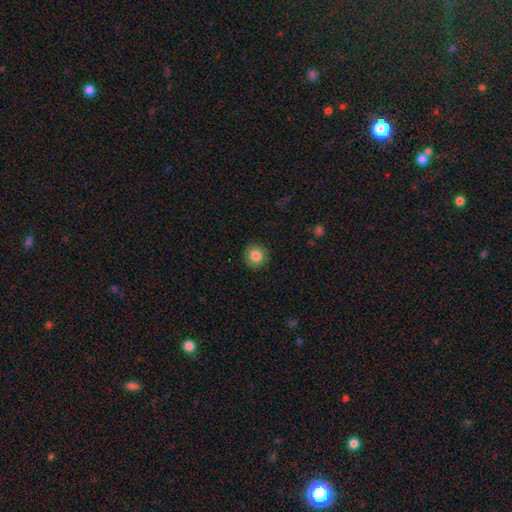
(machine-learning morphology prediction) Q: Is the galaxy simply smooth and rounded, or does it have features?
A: smooth — 83%.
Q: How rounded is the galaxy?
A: round — 91%.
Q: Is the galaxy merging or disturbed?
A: none — 90%.